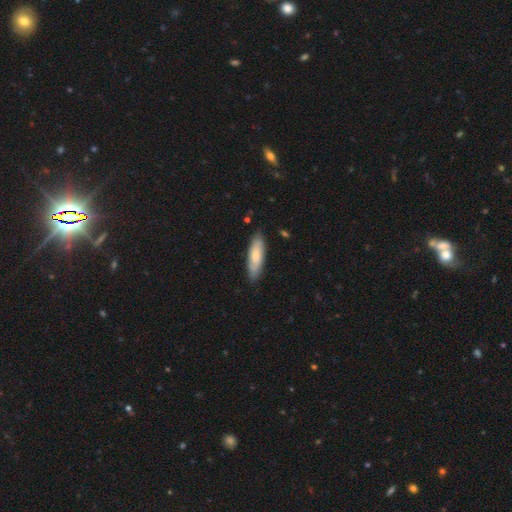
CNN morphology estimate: Q: Smooth or featured?
A: smooth (71%); runner-up: featured or disk (24%)
Q: How rounded?
A: cigar-shaped (51%); runner-up: in between (48%)
Q: Merging?
A: none (83%); runner-up: minor disturbance (13%)